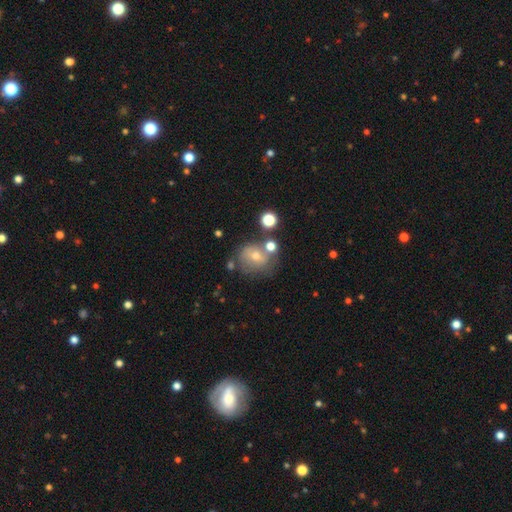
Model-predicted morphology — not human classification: Overall: smooth (56%; featured or disk 30%). How rounded: round (72%). Merging: none (49%; merger 22%).